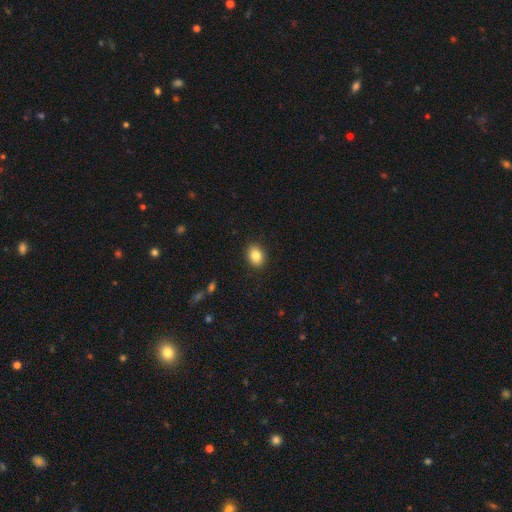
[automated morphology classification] Smooth or featured: smooth — 85% (star or artifact — 9%)
How rounded: in between — 60% (round — 39%)
Merging: none — 90% (minor disturbance — 7%)